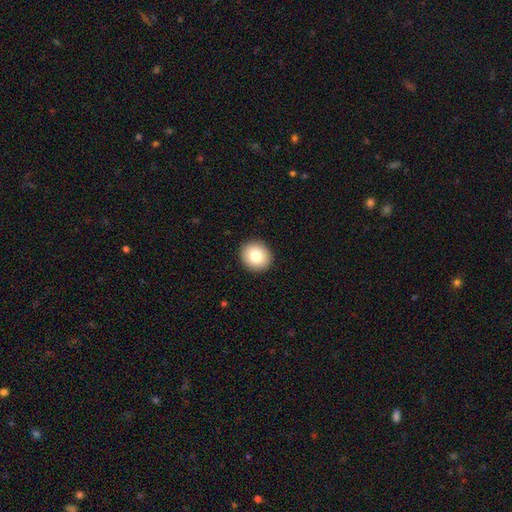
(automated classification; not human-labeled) smooth_or_featured: smooth (p=0.80) [alt: featured or disk p=0.11]
how_rounded: round (p=0.87) [alt: in between p=0.12]
merging: none (p=0.93) [alt: minor disturbance p=0.05]